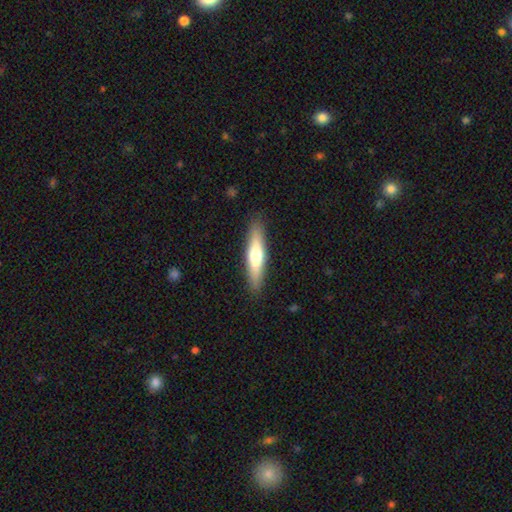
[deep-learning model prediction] Smooth or featured?
  - smooth: 55% *
  - featured or disk: 39%
  - star or artifact: 5%
How rounded?
  - cigar-shaped: 78% *
  - in between: 20%
  - round: 2%
Merging?
  - none: 89% *
  - minor disturbance: 8%
  - major disturbance: 2%
  - merger: 1%